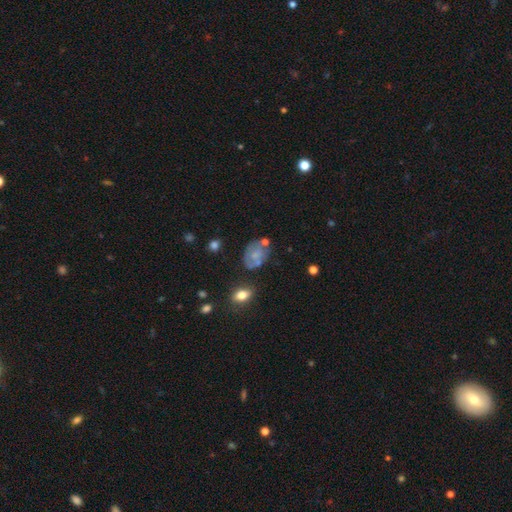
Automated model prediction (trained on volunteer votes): Smooth or featured: smooth — 53% (featured or disk — 37%)
How rounded: in between — 72% (round — 27%)
Merging: none — 51% (minor disturbance — 26%)